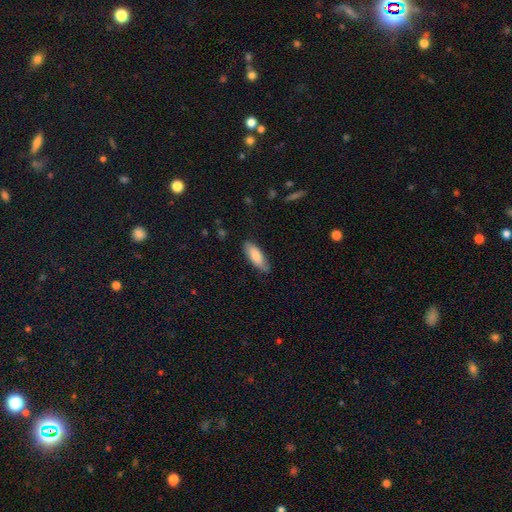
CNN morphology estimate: Q: Smooth or featured?
A: smooth (81%); runner-up: featured or disk (13%)
Q: How rounded?
A: in between (69%); runner-up: cigar-shaped (30%)
Q: Merging?
A: none (78%); runner-up: minor disturbance (18%)